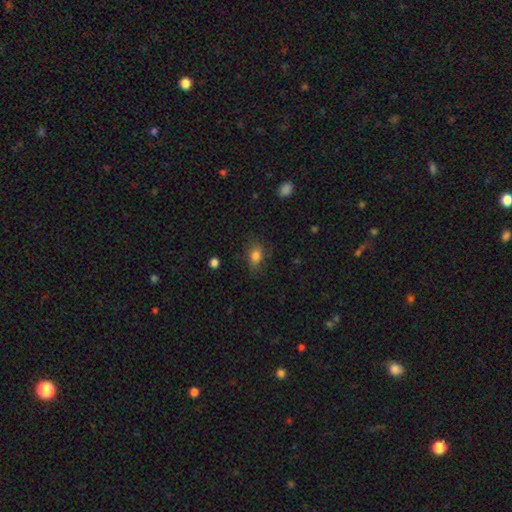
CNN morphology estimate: Smooth or featured: smooth — 80% (star or artifact — 10%)
How rounded: in between — 78% (round — 20%)
Merging: none — 74% (minor disturbance — 18%)